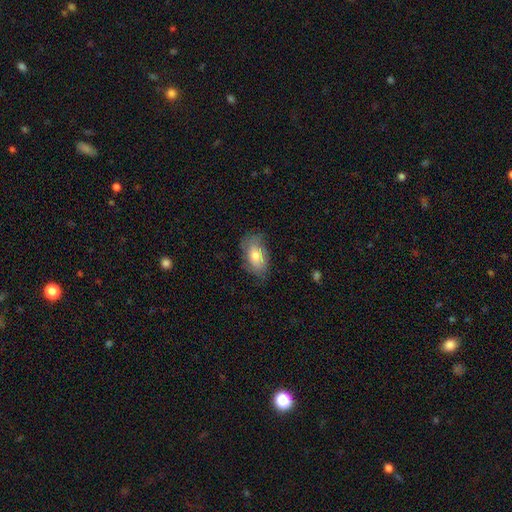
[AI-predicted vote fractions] smooth_or_featured: smooth (p=0.72) [alt: featured or disk p=0.21]
how_rounded: in between (p=0.91) [alt: round p=0.05]
merging: none (p=0.68) [alt: minor disturbance p=0.24]